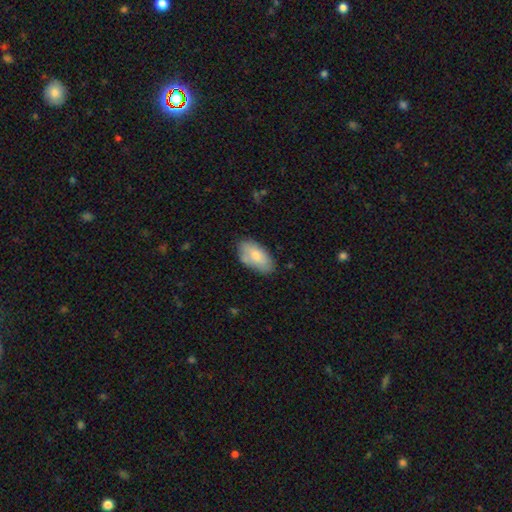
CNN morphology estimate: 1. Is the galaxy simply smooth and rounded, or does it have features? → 77% smooth, 17% featured or disk, 6% star or artifact.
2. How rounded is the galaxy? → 94% in between, 3% round, 3% cigar-shaped.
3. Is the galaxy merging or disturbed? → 70% none, 22% minor disturbance, 5% major disturbance, 4% merger.